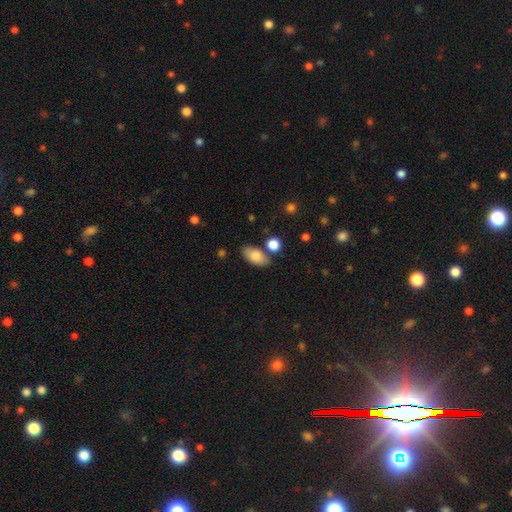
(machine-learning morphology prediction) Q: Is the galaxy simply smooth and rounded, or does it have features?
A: smooth — 82%.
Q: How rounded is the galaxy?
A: in between — 91%.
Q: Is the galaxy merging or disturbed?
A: none — 72%.